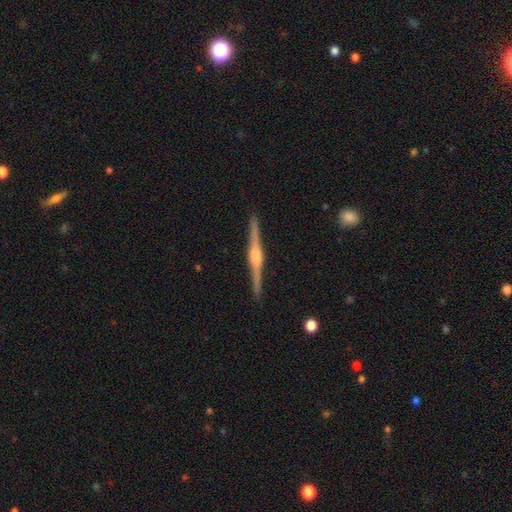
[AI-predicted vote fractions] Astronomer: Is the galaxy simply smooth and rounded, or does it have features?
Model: featured or disk — 86%.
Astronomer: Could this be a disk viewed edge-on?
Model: yes — 99%.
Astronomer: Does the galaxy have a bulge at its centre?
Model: rounded — 70%.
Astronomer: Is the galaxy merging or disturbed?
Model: none — 92%.